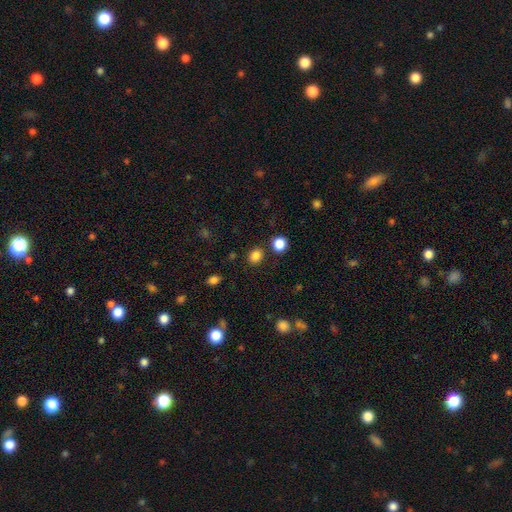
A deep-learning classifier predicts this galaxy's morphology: Overall: smooth (83%). How rounded: round (61%; in between 38%). Merging: none (84%).